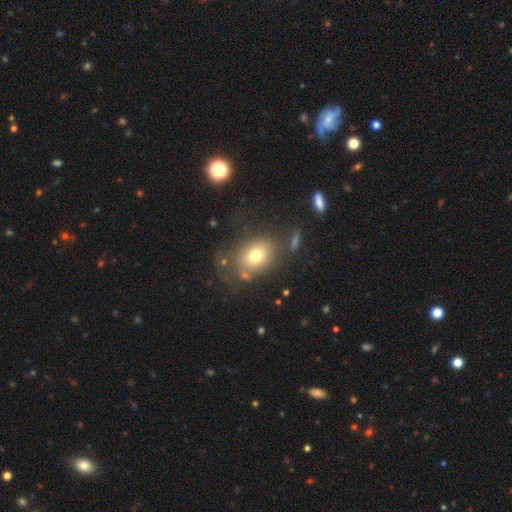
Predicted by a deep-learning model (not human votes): Q: Smooth or featured?
A: smooth (72%); runner-up: featured or disk (16%)
Q: How rounded?
A: in between (56%); runner-up: round (43%)
Q: Merging?
A: none (62%); runner-up: minor disturbance (18%)